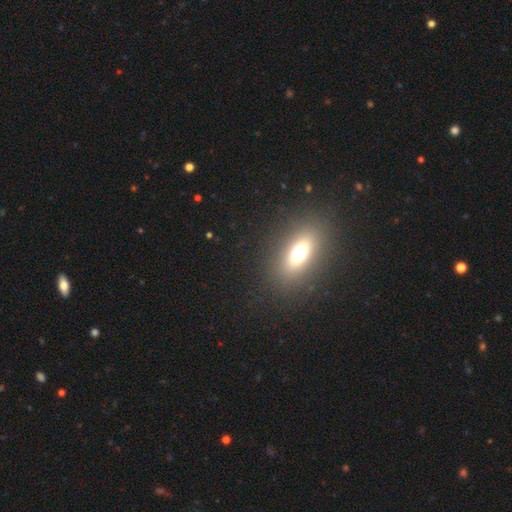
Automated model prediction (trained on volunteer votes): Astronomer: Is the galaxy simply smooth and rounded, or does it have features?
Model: smooth — 60%.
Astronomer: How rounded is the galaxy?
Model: in between — 78%.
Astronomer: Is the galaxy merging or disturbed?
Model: none — 90%.